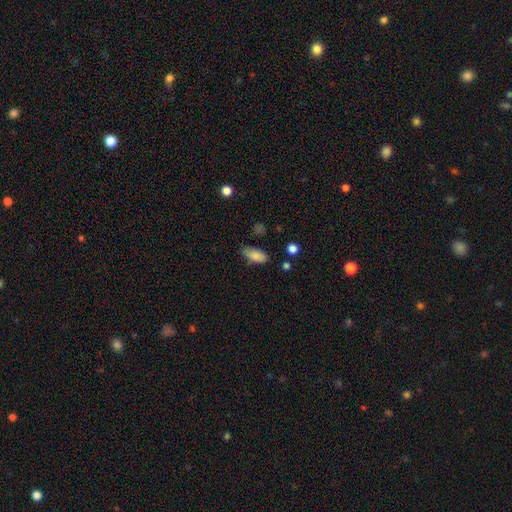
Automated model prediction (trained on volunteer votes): smooth_or_featured: smooth (p=0.84) [alt: star or artifact p=0.08]
how_rounded: in between (p=0.83) [alt: cigar-shaped p=0.14]
merging: none (p=0.67) [alt: minor disturbance p=0.25]